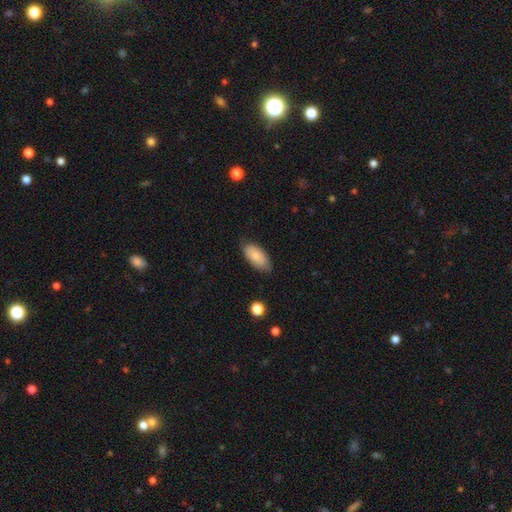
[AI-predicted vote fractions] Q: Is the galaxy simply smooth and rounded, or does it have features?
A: smooth — 81%.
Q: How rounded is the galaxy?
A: in between — 93%.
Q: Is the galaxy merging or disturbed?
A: none — 76%.